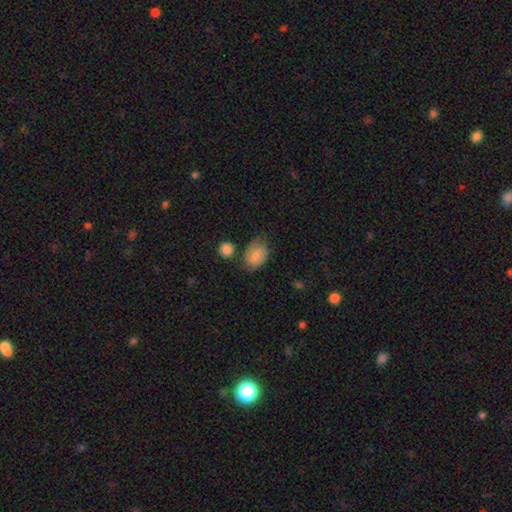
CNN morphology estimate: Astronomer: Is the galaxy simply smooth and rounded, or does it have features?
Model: smooth — 76%.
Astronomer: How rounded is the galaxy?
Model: in between — 78%.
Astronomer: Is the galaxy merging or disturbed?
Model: none — 54% (runner-up: minor disturbance, 30%).